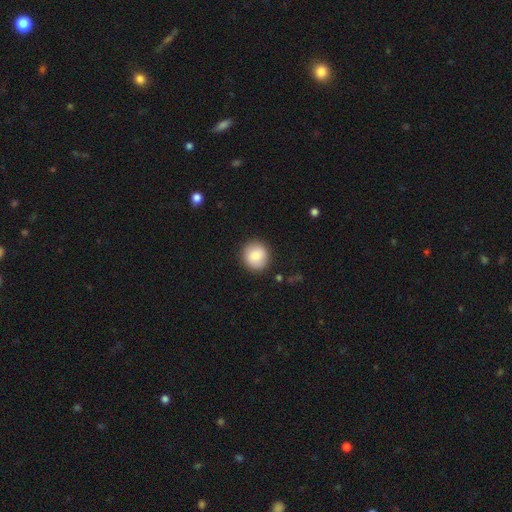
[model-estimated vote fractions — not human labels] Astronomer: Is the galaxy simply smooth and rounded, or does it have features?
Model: smooth — 83%.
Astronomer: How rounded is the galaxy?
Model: round — 91%.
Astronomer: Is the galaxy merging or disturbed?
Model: none — 89%.